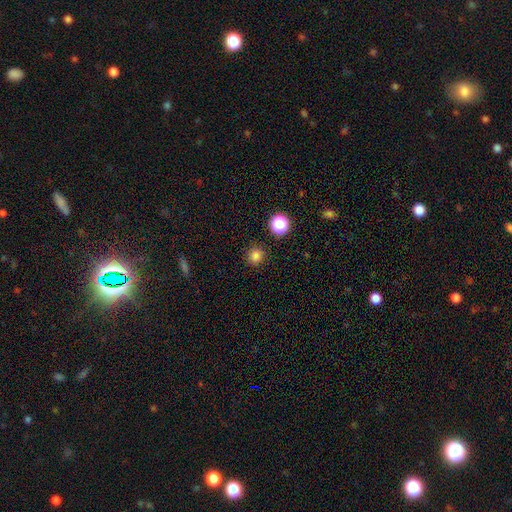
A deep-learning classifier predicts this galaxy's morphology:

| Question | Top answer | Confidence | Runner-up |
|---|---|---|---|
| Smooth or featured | smooth | 81% | star or artifact (16%) |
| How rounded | round | 91% | in between (8%) |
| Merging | none | 90% | minor disturbance (6%) |